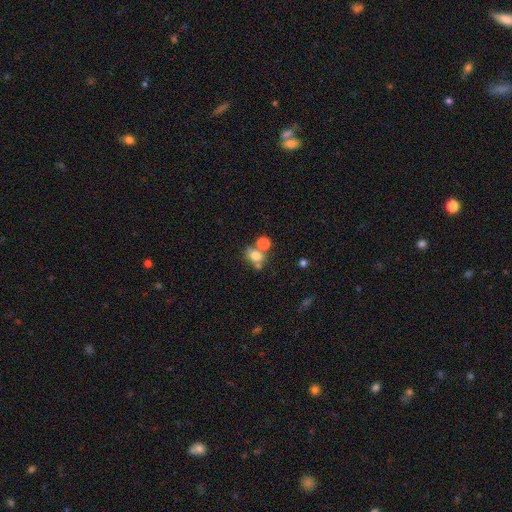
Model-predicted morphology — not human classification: The model was most divided on "merging": none: 43%, merger: 39%, minor disturbance: 11%, major disturbance: 6%. More confident: smooth or featured — smooth (71%); how rounded — round (53%).